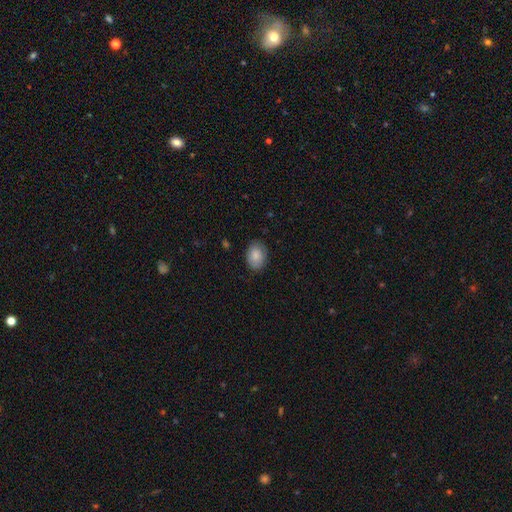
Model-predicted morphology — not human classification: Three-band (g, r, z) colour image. It shows a smooth galaxy with no disk features (83%) that is in between round and cigar-shaped (75%). Merging: none (82%).